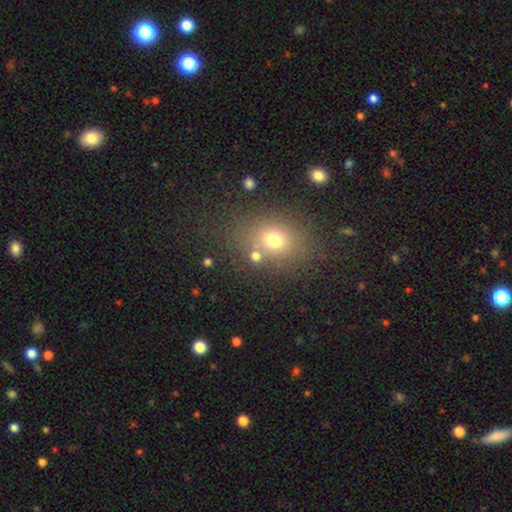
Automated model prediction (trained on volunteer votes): A smooth galaxy with no disk features (67%) that is round (61%). Merging: none (69%).